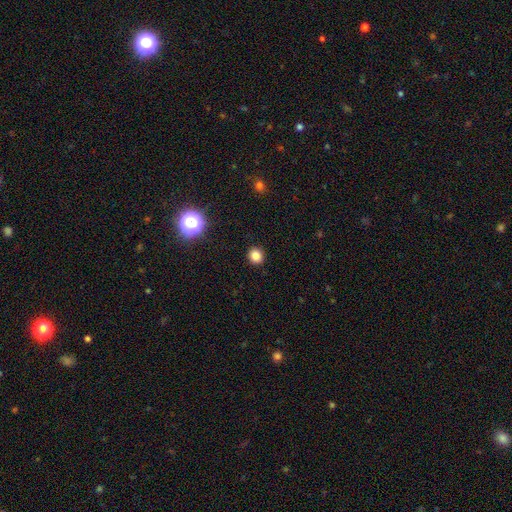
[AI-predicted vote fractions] A smooth galaxy with no disk features (82%) that is round (85%).

Vote fractions:
- Smooth or featured? smooth: 82% / star or artifact: 13% / featured or disk: 4%
- How rounded? round: 85% / in between: 14% / cigar-shaped: 1%
- Merging? none: 92% / minor disturbance: 5% / major disturbance: 2% / merger: 1%